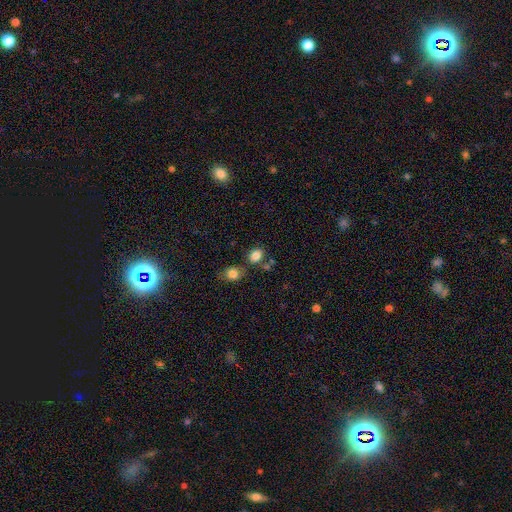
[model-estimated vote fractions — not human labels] Overall: smooth (84%). How rounded: in between (60%; round 39%). Merging: none (66%).